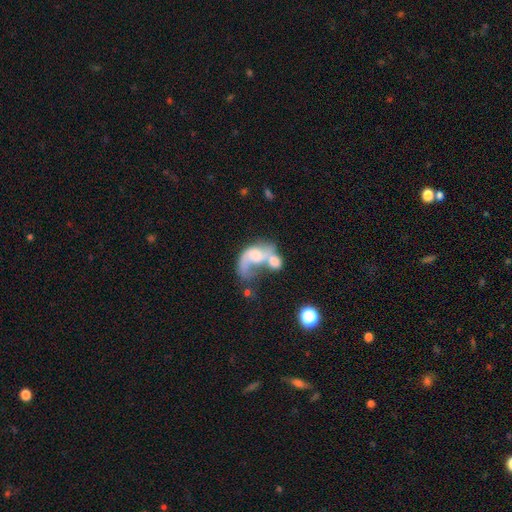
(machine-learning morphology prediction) Smooth or featured?
  - featured or disk: 59% *
  - smooth: 32%
  - star or artifact: 9%
Edge-on disk?
  - no: 97% *
  - yes: 3%
Bar?
  - no: 66% *
  - weak: 27%
  - strong: 7%
Spiral arms?
  - yes: 70% *
  - no: 30%
Bulge size?
  - moderate: 40% *
  - small: 24%
  - none: 17%
  - large: 16%
  - dominant: 4%
Merging?
  - merger: 65% *
  - major disturbance: 19%
  - none: 10%
  - minor disturbance: 6%